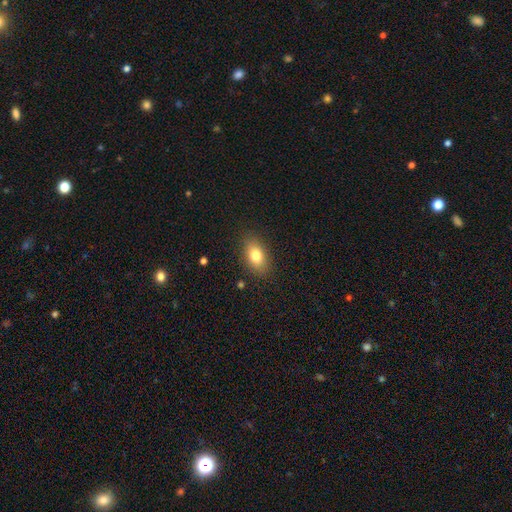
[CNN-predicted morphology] Q: Smooth or featured?
A: smooth (80%); runner-up: featured or disk (11%)
Q: How rounded?
A: in between (85%); runner-up: round (12%)
Q: Merging?
A: none (85%); runner-up: minor disturbance (10%)